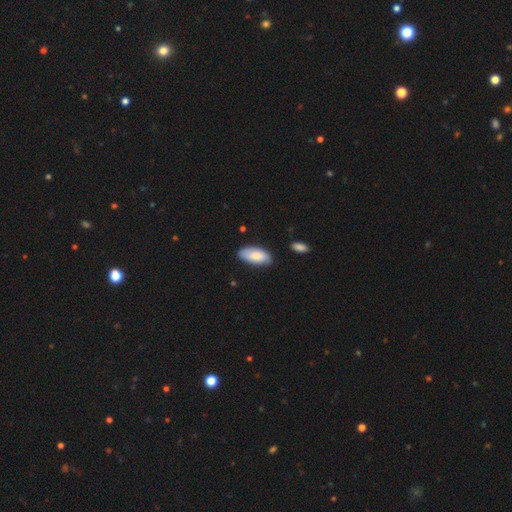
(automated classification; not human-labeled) A smooth galaxy with no disk features (81%) that is in between round and cigar-shaped (92%).

Vote fractions:
- Smooth or featured? smooth: 81% / featured or disk: 13% / star or artifact: 6%
- How rounded? in between: 92% / cigar-shaped: 7% / round: 2%
- Merging? none: 79% / minor disturbance: 16% / major disturbance: 2% / merger: 2%